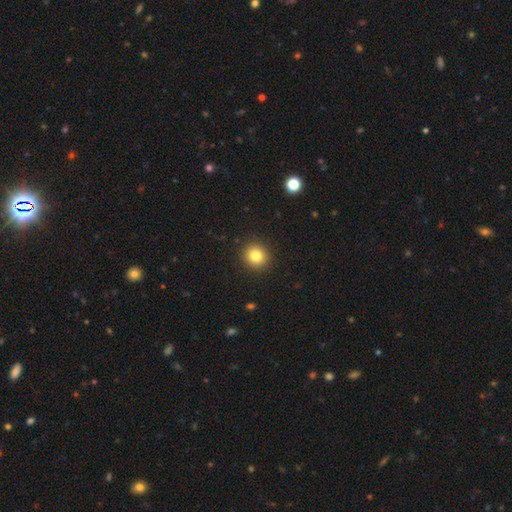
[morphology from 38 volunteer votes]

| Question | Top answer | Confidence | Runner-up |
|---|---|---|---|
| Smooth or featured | smooth | 87% | featured or disk (11%) |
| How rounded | round | 88% | in between (12%) |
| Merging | none | 95% | minor disturbance (5%) |